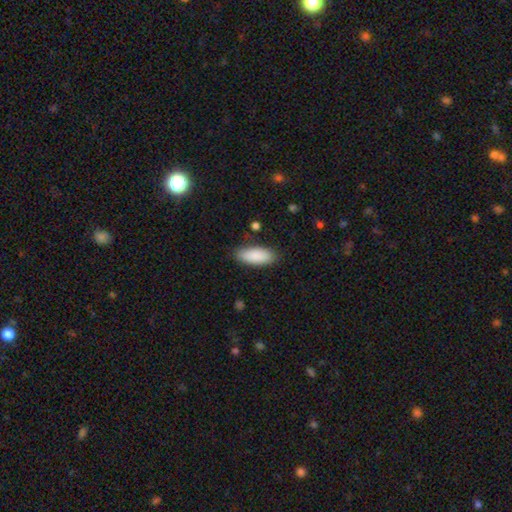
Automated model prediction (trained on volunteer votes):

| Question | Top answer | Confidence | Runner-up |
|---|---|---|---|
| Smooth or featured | smooth | 88% | featured or disk (6%) |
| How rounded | in between | 82% | cigar-shaped (16%) |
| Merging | none | 86% | minor disturbance (11%) |